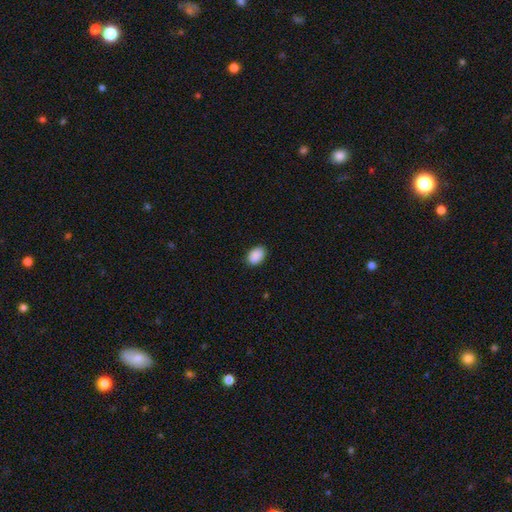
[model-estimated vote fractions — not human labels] smooth_or_featured: smooth (p=0.90) [alt: star or artifact p=0.07]
how_rounded: in between (p=0.83) [alt: round p=0.15]
merging: none (p=0.87) [alt: minor disturbance p=0.10]